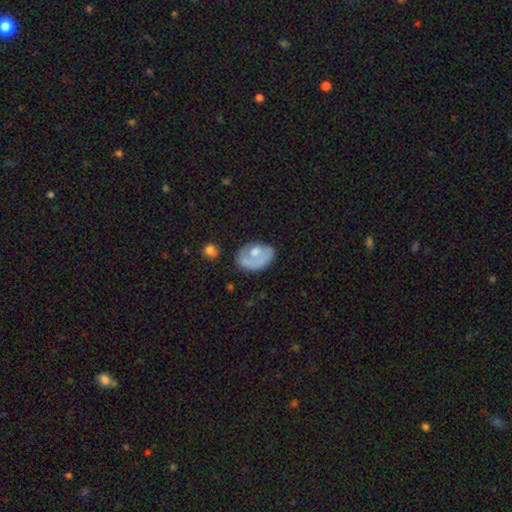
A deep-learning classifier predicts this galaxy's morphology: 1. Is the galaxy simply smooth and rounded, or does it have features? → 56% smooth, 37% featured or disk, 7% star or artifact.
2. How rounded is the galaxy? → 80% in between, 19% round, 1% cigar-shaped.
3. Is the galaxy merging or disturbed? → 40% none, 28% minor disturbance, 23% major disturbance, 9% merger.